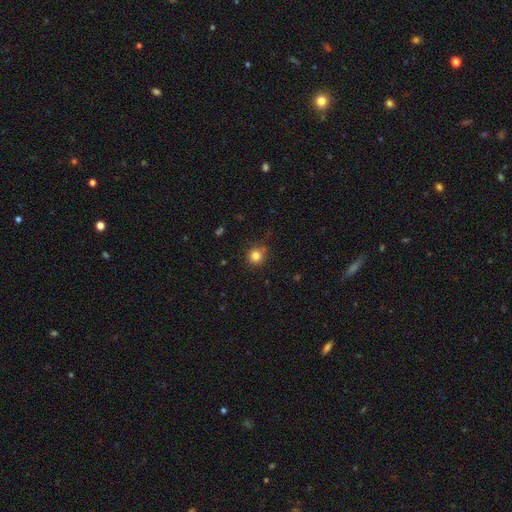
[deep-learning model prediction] Overall: smooth (83%). How rounded: round (91%). Merging: none (79%).